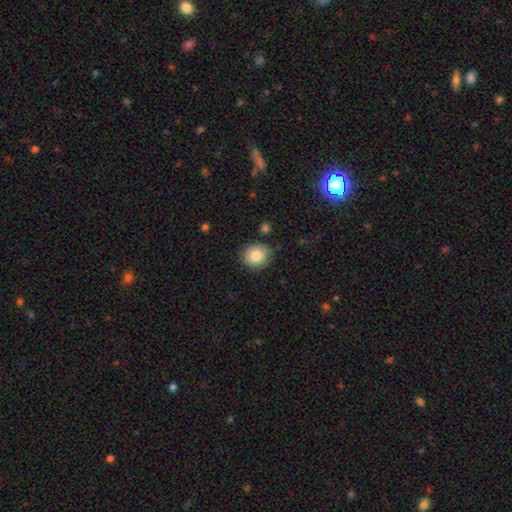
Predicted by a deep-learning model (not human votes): Smooth or featured: smooth — 84% (featured or disk — 8%)
How rounded: round — 78% (in between — 22%)
Merging: none — 81% (minor disturbance — 14%)